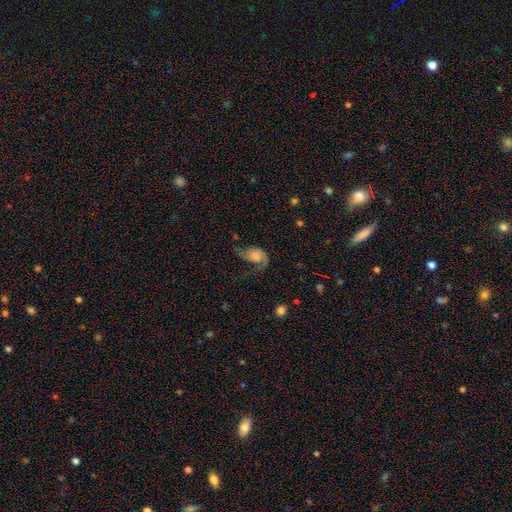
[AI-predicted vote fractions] The model was most divided on "bulge size" (2-way tie): small: 28%, none: 28%, moderate: 22%, large: 16%, dominant: 6%. Remaining: edge-on disk — no (97%); spiral arms — yes (89%); bar — no (70%); spiral arm count — 2 (65%); smooth or featured — featured or disk (61%); spiral winding — loose (57%); merging — major disturbance (40%).